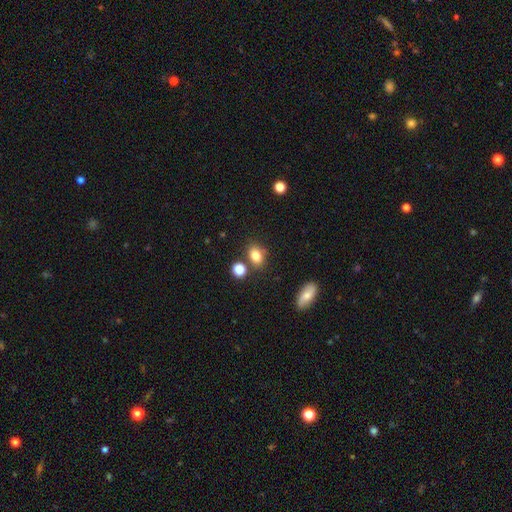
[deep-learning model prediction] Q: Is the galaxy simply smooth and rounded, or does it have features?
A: smooth — 80%.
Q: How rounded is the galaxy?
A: in between — 65%.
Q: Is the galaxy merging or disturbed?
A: none — 73%.